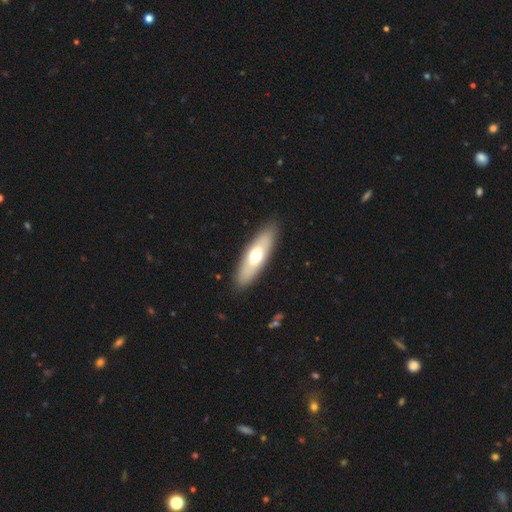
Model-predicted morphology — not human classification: This is possibly a smooth galaxy (58%). How rounded: possibly in between (53%). Merging: clearly none (88%).